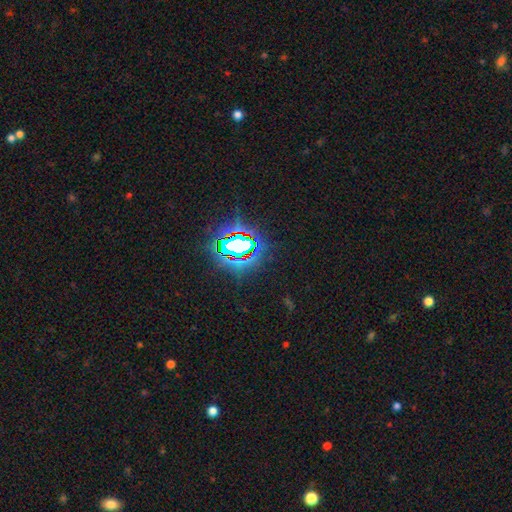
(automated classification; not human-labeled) Smooth or featured?
  - star or artifact: 84% *
  - smooth: 9%
  - featured or disk: 7%